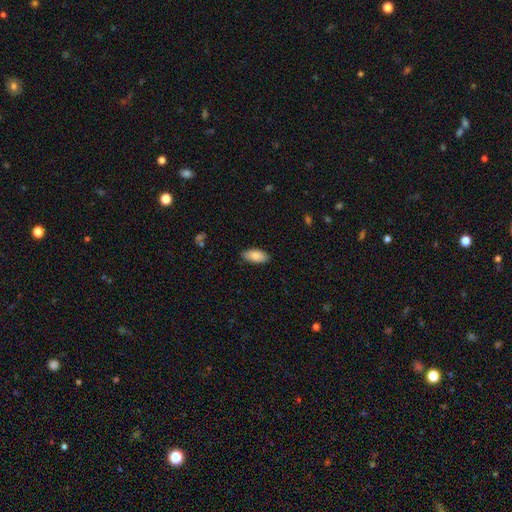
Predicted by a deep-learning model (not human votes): Morphology: type=smooth (86%); roundness=in between (91%); merging=none (86%).